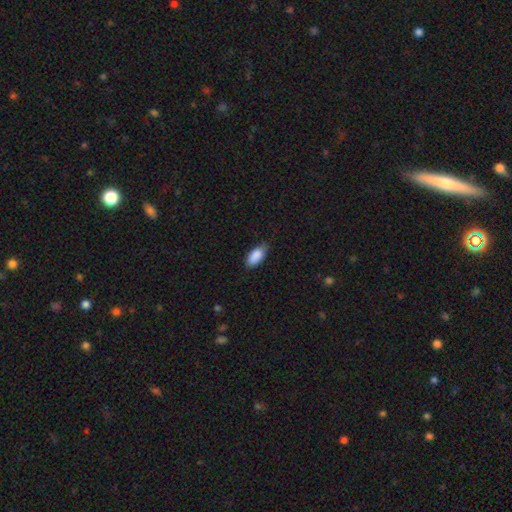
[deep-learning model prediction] A smooth galaxy with no disk features (89%) that is in between round and cigar-shaped (92%).

Vote fractions:
- Smooth or featured? smooth: 89% / star or artifact: 6% / featured or disk: 5%
- How rounded? in between: 92% / cigar-shaped: 6% / round: 3%
- Merging? none: 77% / minor disturbance: 19% / major disturbance: 3% / merger: 1%